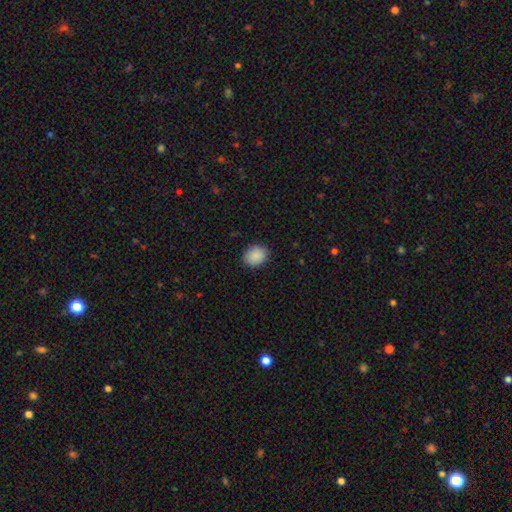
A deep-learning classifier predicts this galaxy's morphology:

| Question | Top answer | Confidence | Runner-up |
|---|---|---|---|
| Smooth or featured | smooth | 90% | star or artifact (8%) |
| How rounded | round | 54% | in between (45%) |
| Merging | none | 88% | minor disturbance (8%) |